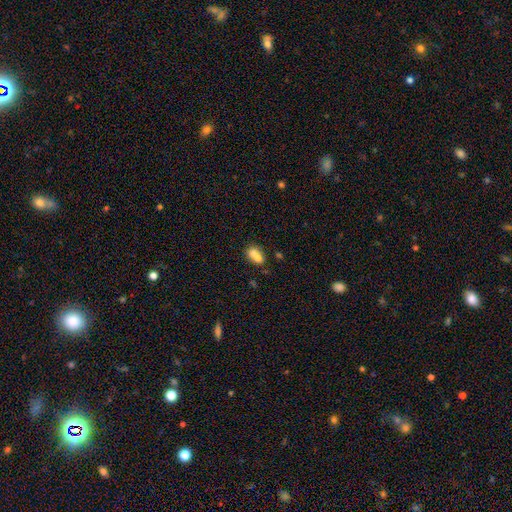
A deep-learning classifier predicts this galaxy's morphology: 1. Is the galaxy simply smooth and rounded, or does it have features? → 70% smooth, 19% featured or disk, 11% star or artifact.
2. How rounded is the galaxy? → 64% in between, 33% round, 3% cigar-shaped.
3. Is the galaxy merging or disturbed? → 54% merger, 31% none, 10% minor disturbance, 4% major disturbance.